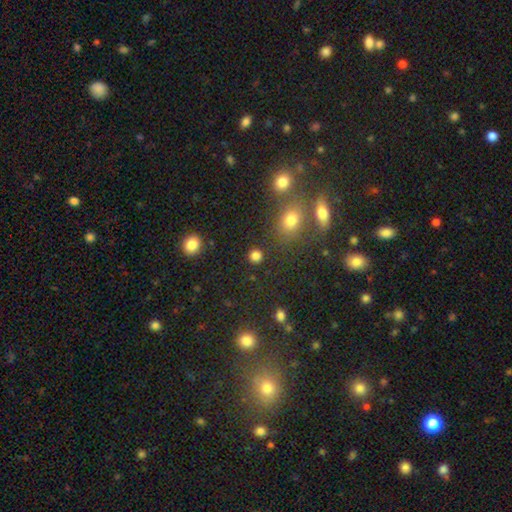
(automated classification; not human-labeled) Morphology: type=smooth (82%); roundness=round (89%); merging=none (87%).